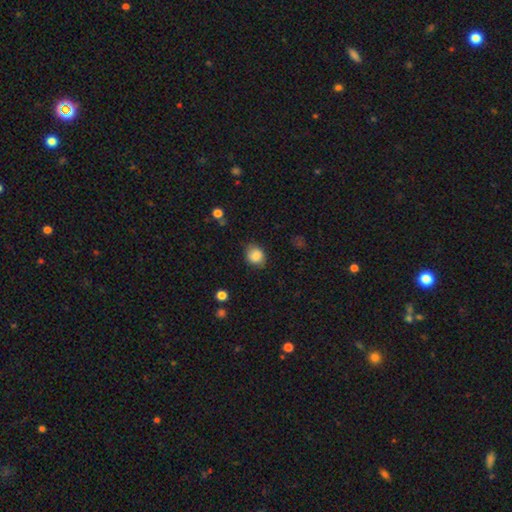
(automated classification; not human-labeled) smooth-or-featured: smooth: 87% | star or artifact: 9% | featured or disk: 4%
  how-rounded: round: 70% | in between: 29% | cigar-shaped: 1%
  merging: none: 77% | minor disturbance: 17% | major disturbance: 4% | merger: 1%